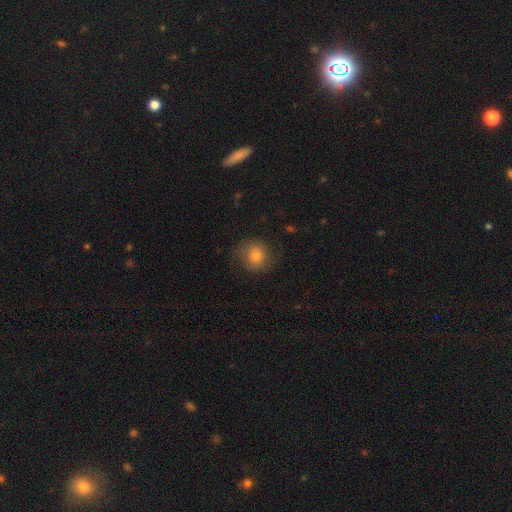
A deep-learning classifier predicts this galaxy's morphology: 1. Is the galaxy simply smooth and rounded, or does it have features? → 73% smooth, 17% featured or disk, 10% star or artifact.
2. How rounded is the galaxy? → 84% round, 15% in between, 1% cigar-shaped.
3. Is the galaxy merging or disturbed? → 76% none, 16% minor disturbance, 7% major disturbance, 1% merger.